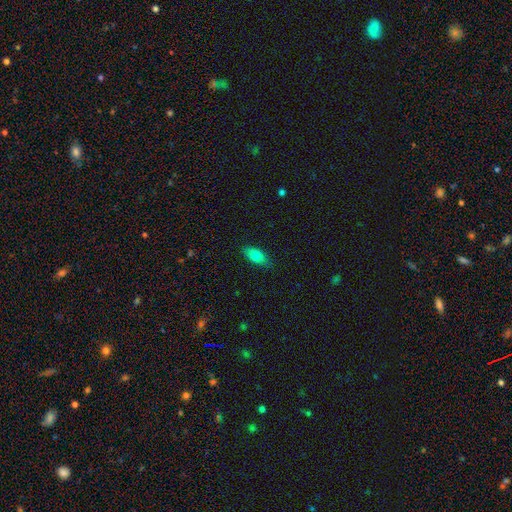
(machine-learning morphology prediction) This is likely a smooth galaxy (79%). How rounded: clearly in between (83%). Merging: clearly none (85%).